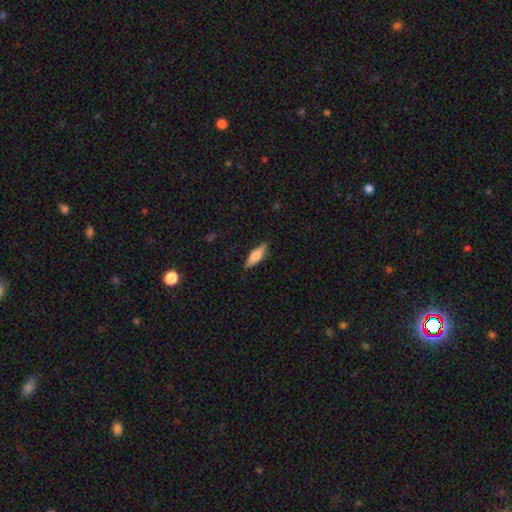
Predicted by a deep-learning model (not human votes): Smooth or featured? smooth (62%)
How rounded? cigar-shaped (49%)
Merging? none (85%)